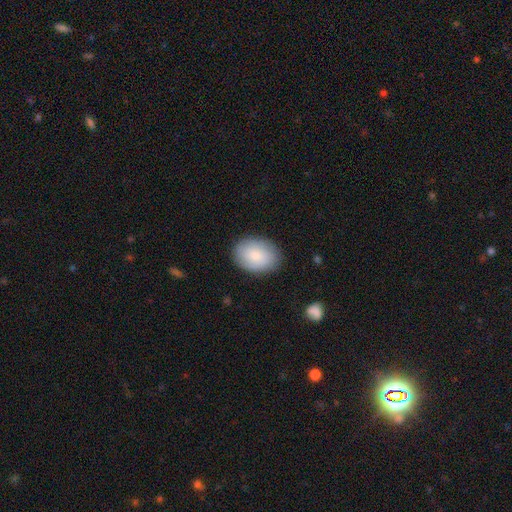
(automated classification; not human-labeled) Smooth or featured: smooth — 83% (featured or disk — 11%)
How rounded: in between — 73% (round — 26%)
Merging: none — 85% (minor disturbance — 11%)